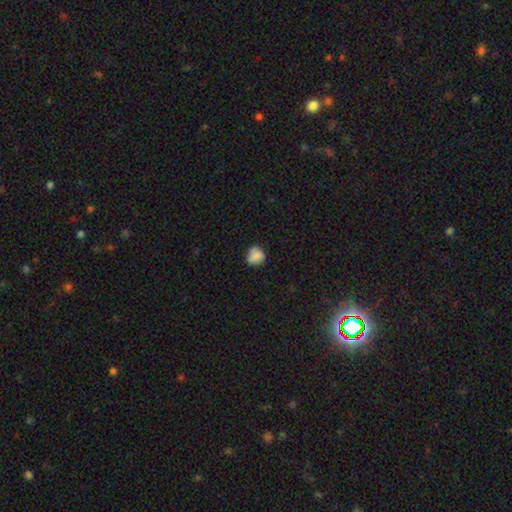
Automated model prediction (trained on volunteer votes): This is clearly a smooth galaxy (81%). How rounded: likely round (77%). Merging: likely none (69%).